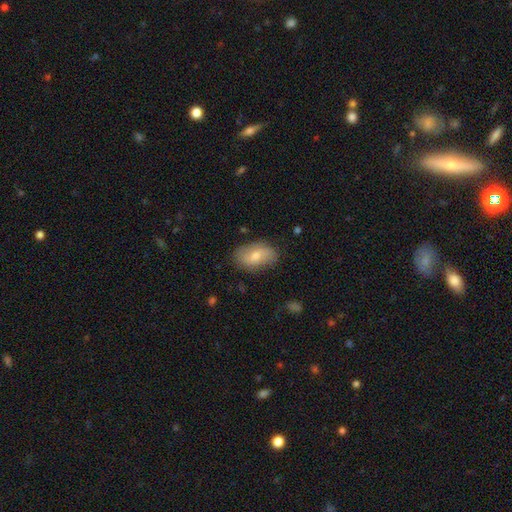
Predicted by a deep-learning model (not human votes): Smooth or featured? Predicted: smooth (p=0.64). How rounded? Predicted: in between (p=0.91). Merging? Predicted: none (p=0.81).